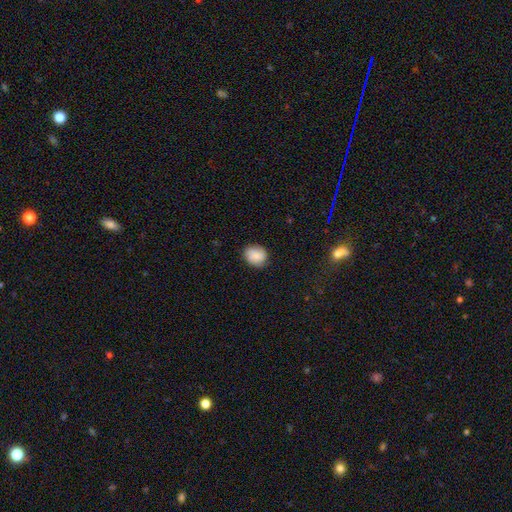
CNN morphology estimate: smooth 79%, featured or disk 14%, star or artifact 8%. Down the decision tree: how rounded — round (53%); merging — none (80%).